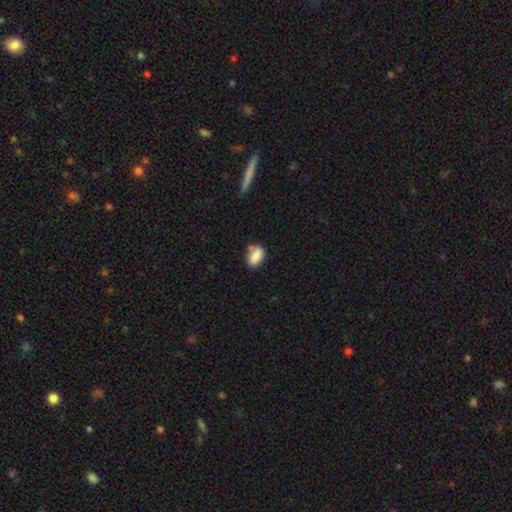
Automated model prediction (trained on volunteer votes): Smooth or featured? Predicted: smooth (p=0.85). How rounded? Predicted: in between (p=0.86). Merging? Predicted: none (p=0.64).